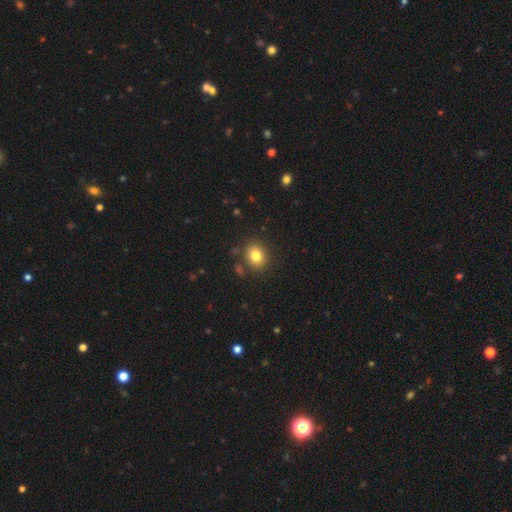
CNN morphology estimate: Smooth or featured? Predicted: smooth (p=0.81). How rounded? Predicted: round (p=0.57). Merging? Predicted: none (p=0.84).